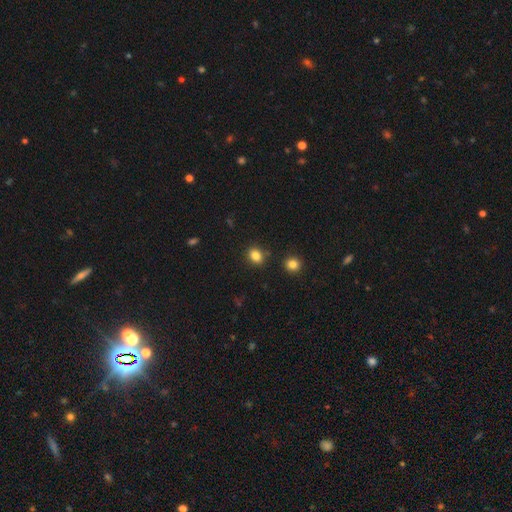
Smooth or featured? 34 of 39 (87%) said smooth. How rounded? 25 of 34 (74%) said in between. Merging? 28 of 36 (78%) said none.